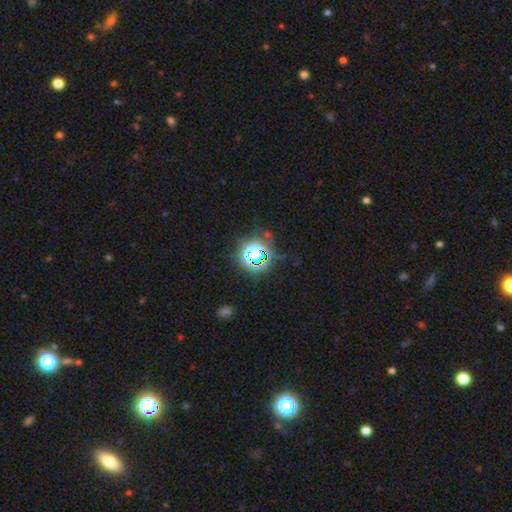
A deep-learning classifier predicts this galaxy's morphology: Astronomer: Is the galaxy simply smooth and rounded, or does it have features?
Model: star or artifact — 69%.